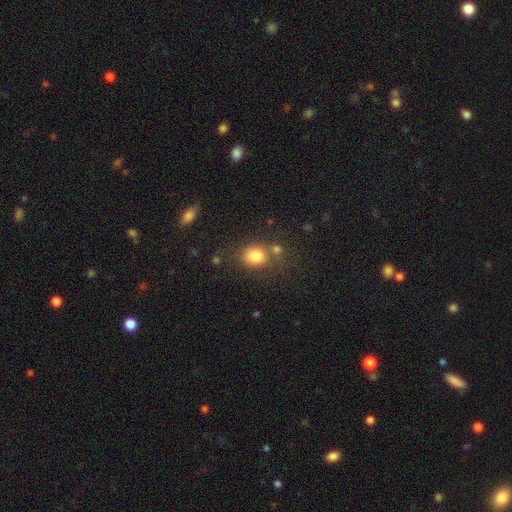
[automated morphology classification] smooth_or_featured: smooth (p=0.81) [alt: star or artifact p=0.11]
how_rounded: round (p=0.71) [alt: in between p=0.28]
merging: none (p=0.63) [alt: merger p=0.18]